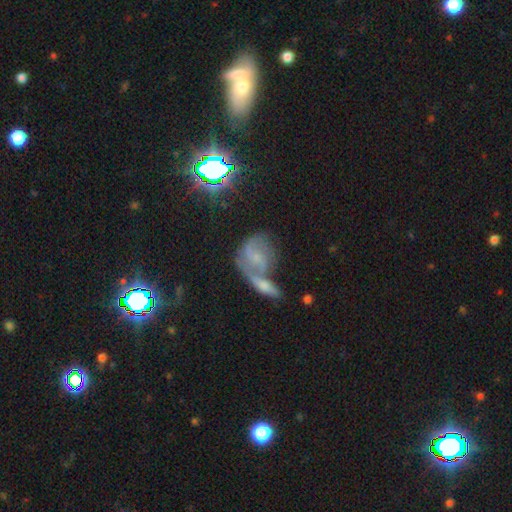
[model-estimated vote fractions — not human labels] This is possibly a featured or disk galaxy (59%). It is clearly not viewed edge-on (94%). Bar: possibly no (57%). Spiral arm pattern: likely yes (77%). Central bulge: possibly small (52%). Merging: possibly merger (51%).